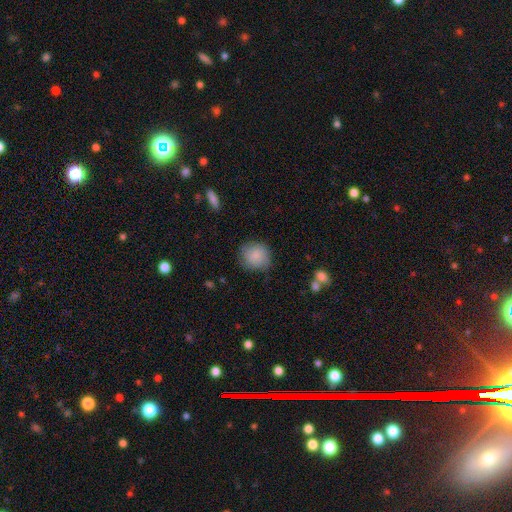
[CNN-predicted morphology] Smooth or featured: smooth — 86% (star or artifact — 7%)
How rounded: round — 84% (in between — 15%)
Merging: none — 76% (minor disturbance — 18%)